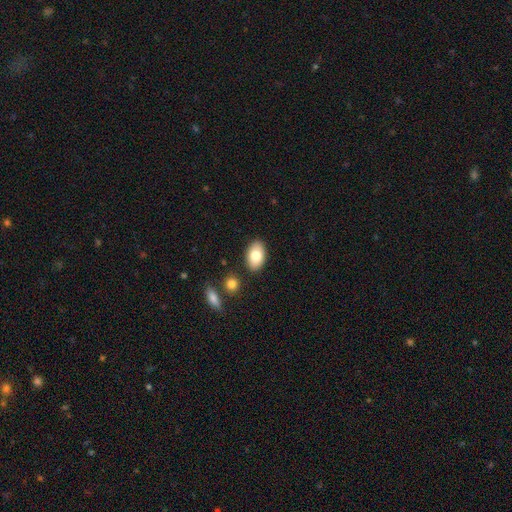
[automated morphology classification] Smooth or featured? smooth (80%)
How rounded? in between (93%)
Merging? none (87%)